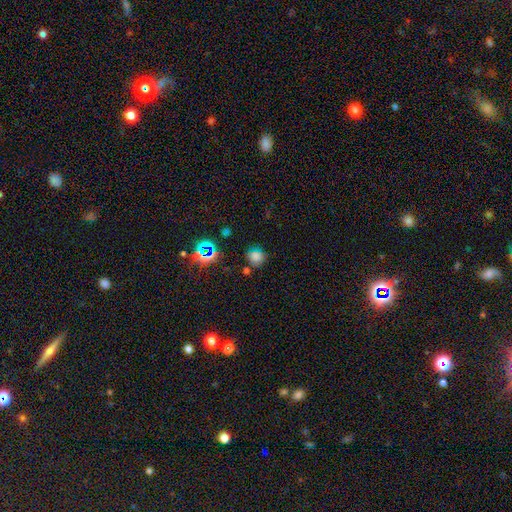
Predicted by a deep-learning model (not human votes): This is likely a smooth galaxy (67%). How rounded: clearly round (82%). Merging: likely none (74%).